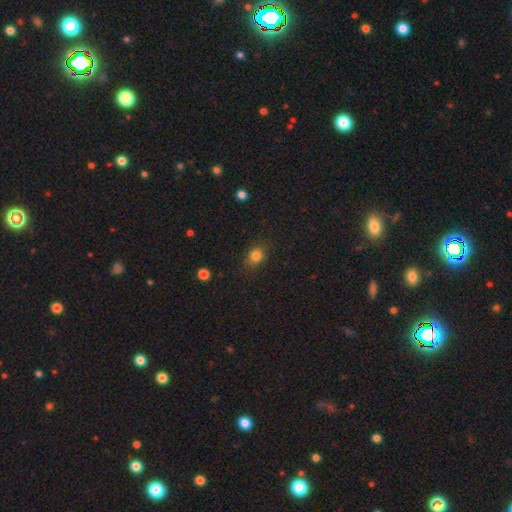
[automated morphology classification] Smooth or featured?
  - smooth: 82% *
  - star or artifact: 12%
  - featured or disk: 6%
How rounded?
  - in between: 54% *
  - round: 45%
  - cigar-shaped: 2%
Merging?
  - none: 82% *
  - minor disturbance: 13%
  - major disturbance: 3%
  - merger: 1%